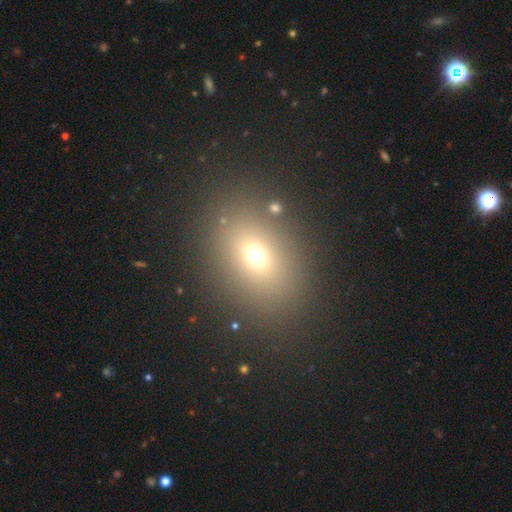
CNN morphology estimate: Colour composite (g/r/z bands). It shows a smooth galaxy with no disk features (68%) that is in between round and cigar-shaped (58%). Merging: none (84%).